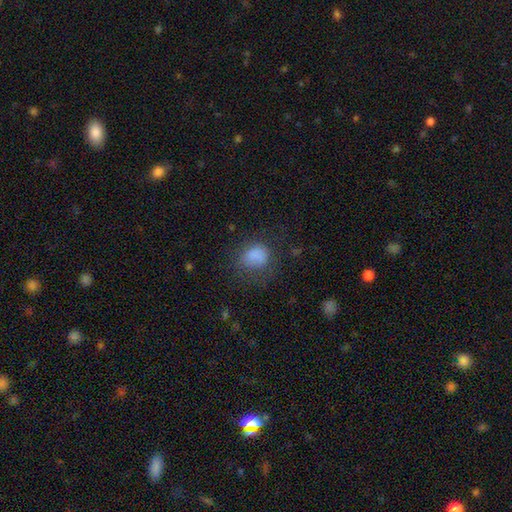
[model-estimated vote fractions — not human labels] smooth 80%, star or artifact 12%, featured or disk 8%. Down the decision tree: how rounded — round (63%); merging — none (60%).